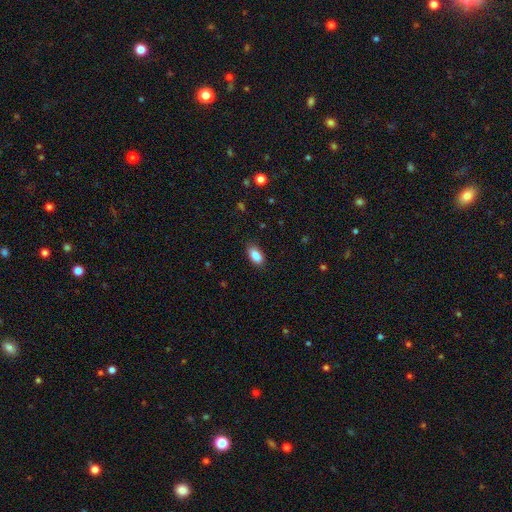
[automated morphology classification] smooth-or-featured: smooth: 89% | star or artifact: 8% | featured or disk: 4%
  how-rounded: in between: 91% | cigar-shaped: 5% | round: 4%
  merging: none: 84% | minor disturbance: 12% | major disturbance: 3% | merger: 1%